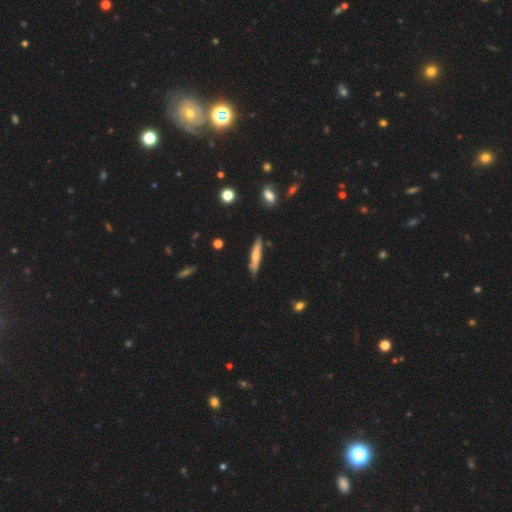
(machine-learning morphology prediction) Q: Smooth or featured?
A: smooth (57%); runner-up: featured or disk (37%)
Q: How rounded?
A: cigar-shaped (90%); runner-up: in between (8%)
Q: Merging?
A: none (82%); runner-up: minor disturbance (14%)